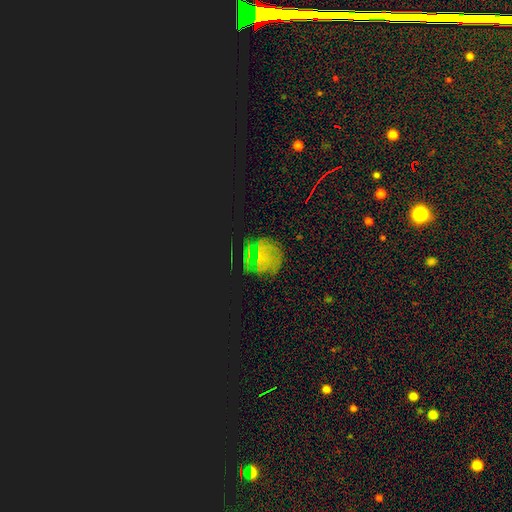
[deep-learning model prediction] Overall: star or artifact (57%; smooth 24%).